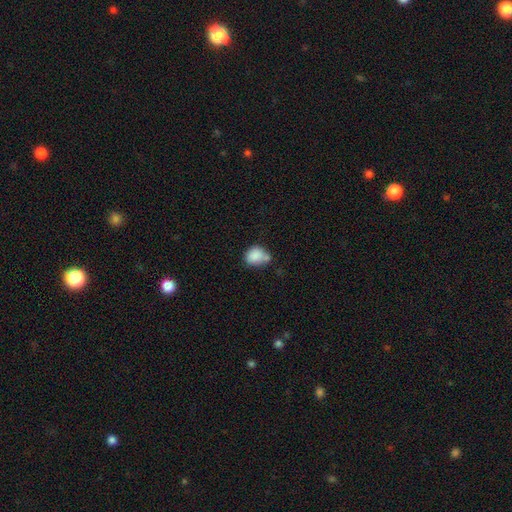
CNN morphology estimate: smooth-or-featured: smooth: 83% | star or artifact: 9% | featured or disk: 8%
  how-rounded: round: 52% | in between: 47% | cigar-shaped: 1%
  merging: none: 43% | minor disturbance: 26% | merger: 24% | major disturbance: 7%